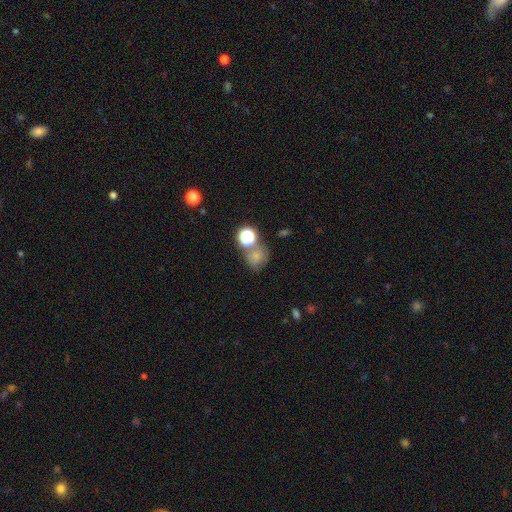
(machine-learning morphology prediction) This appears to be a smooth galaxy with no disk features (66%) that is round (74%). Merging: none (50%).